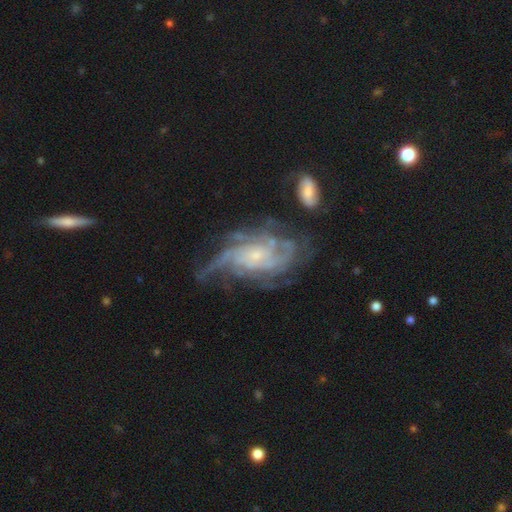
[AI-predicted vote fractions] The model was most divided on "spiral arm count": can't tell: 26%, 4: 25%, 3: 19%, 2: 12%, more than 4: 11%, 1: 7%. More confident: spiral arms — yes (97%); edge-on disk — no (96%); smooth or featured — featured or disk (88%); bulge size — small (77%); bar — no (68%); spiral winding — tight (53%); merging — none (52%).